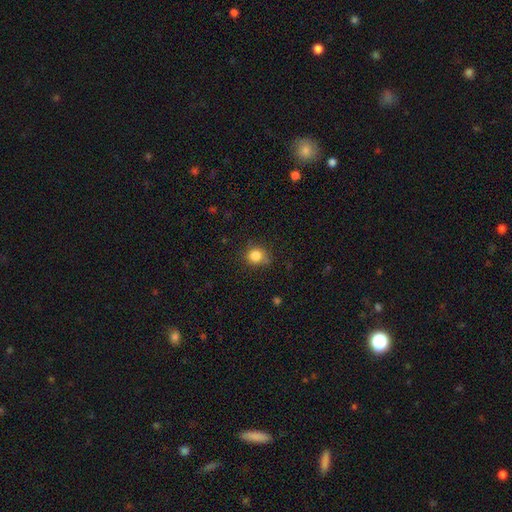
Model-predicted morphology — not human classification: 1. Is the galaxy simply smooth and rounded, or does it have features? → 83% smooth, 11% star or artifact, 5% featured or disk.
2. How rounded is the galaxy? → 82% round, 18% in between, 1% cigar-shaped.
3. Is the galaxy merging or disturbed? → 74% none, 19% minor disturbance, 4% major disturbance, 3% merger.